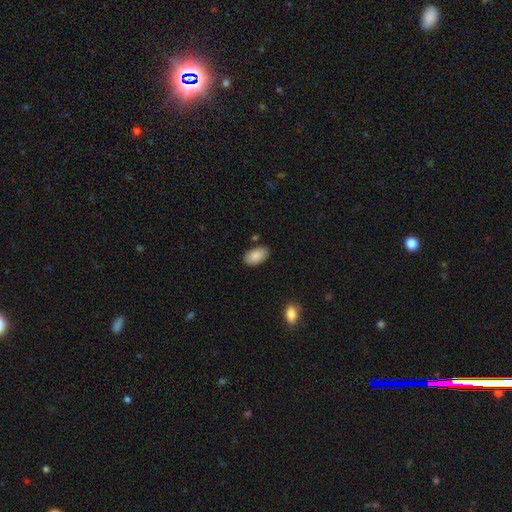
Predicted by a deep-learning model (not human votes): Morphology: type=smooth (88%); roundness=in between (95%); merging=none (84%).